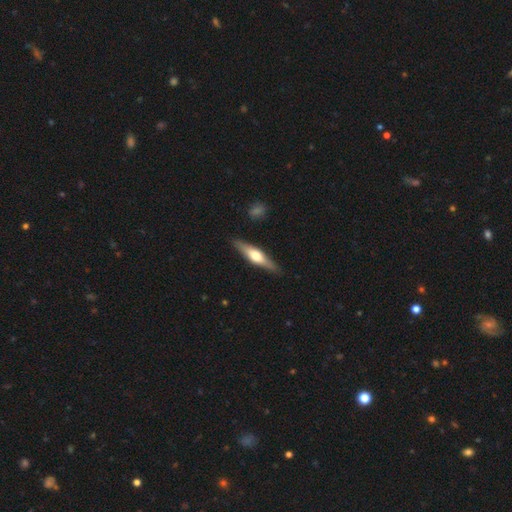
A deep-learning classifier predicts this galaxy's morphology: Smooth or featured?
  - featured or disk: 61% *
  - smooth: 34%
  - star or artifact: 5%
Edge-on disk?
  - yes: 95% *
  - no: 5%
Edge-on bulge?
  - rounded: 89% *
  - boxy: 8%
  - none: 3%
Merging?
  - none: 88% *
  - minor disturbance: 9%
  - major disturbance: 2%
  - merger: 1%